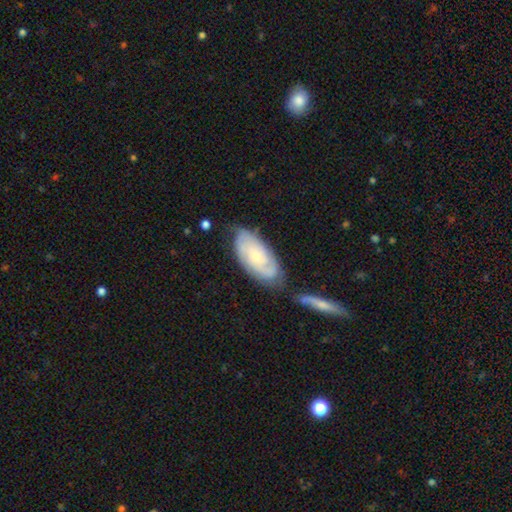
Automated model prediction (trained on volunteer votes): A featured or disk galaxy (66%) with no bar (74%), 2 (43%) tight (62%) spiral arms (90%) and a small central bulge (63%).

Vote fractions:
- Smooth or featured? featured or disk: 66% / smooth: 27% / star or artifact: 6%
- Edge-on disk? no: 92% / yes: 8%
- Bar? no: 74% / weak: 22% / strong: 4%
- Spiral arms? yes: 90% / no: 10%
- Spiral winding? tight: 62% / medium: 30% / loose: 8%
- Spiral arm count? 2: 43% / can't tell: 30% / 3: 16% / 4: 5% / 1: 3% / more than 4: 2%
- Bulge size? small: 63% / moderate: 32% / none: 2% / large: 2% / dominant: 1%
- Merging? none: 62% / minor disturbance: 21% / merger: 12% / major disturbance: 5%